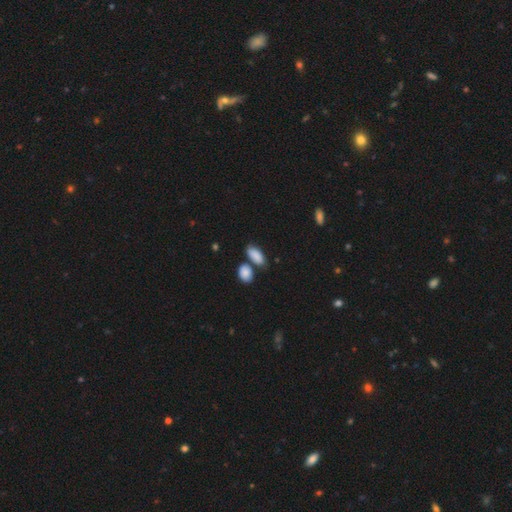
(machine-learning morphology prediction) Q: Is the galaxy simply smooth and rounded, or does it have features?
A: smooth — 87%.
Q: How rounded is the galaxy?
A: in between — 88%.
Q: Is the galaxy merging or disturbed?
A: none — 53%.